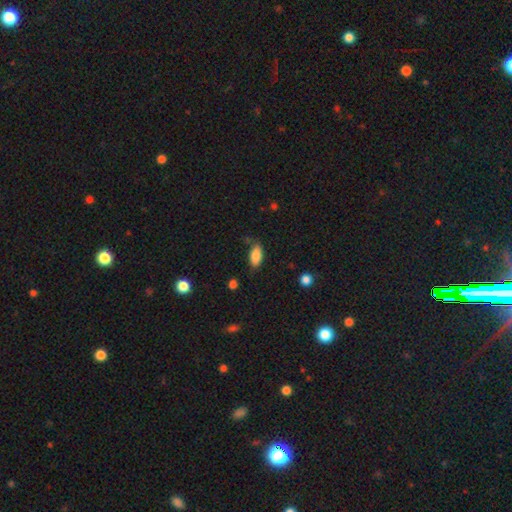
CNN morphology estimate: Overall: smooth (84%). How rounded: in between (89%). Merging: none (72%).